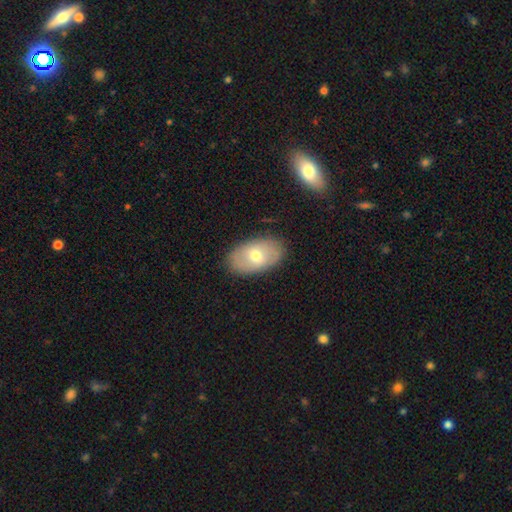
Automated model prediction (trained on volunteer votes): Overall: smooth (63%; featured or disk 30%). How rounded: in between (92%). Merging: none (86%).